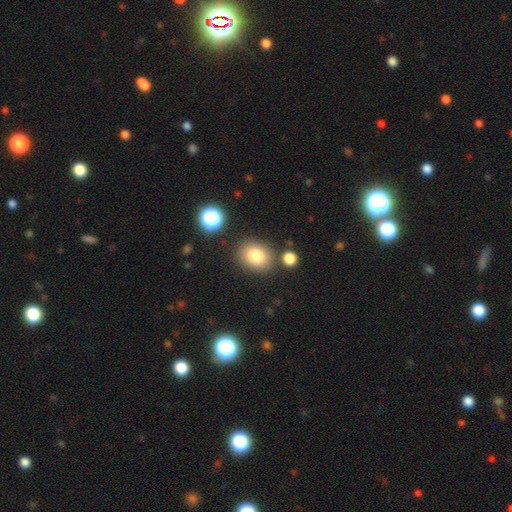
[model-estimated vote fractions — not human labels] smooth 82%, star or artifact 11%, featured or disk 8%. Down the decision tree: how rounded — round (50%); merging — none (81%).